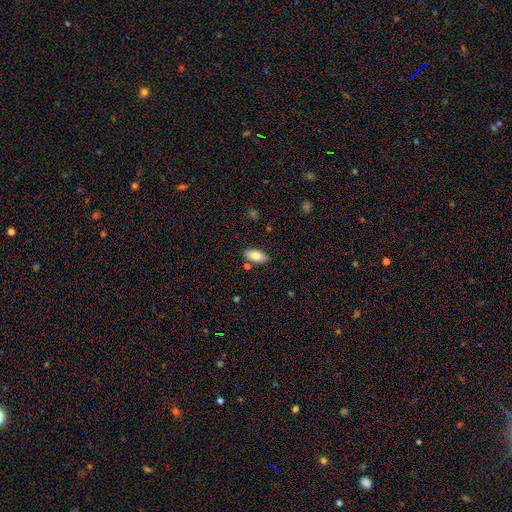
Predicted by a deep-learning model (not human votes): Smooth or featured: smooth — 76% (featured or disk — 17%)
How rounded: in between — 92% (cigar-shaped — 5%)
Merging: none — 83% (minor disturbance — 11%)